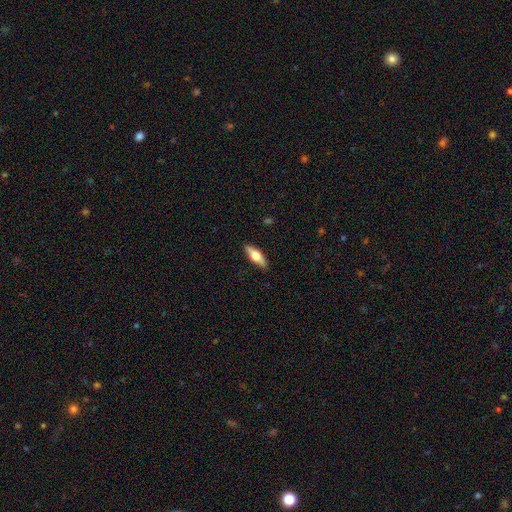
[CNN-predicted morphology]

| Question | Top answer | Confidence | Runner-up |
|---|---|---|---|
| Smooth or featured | smooth | 48% | featured or disk (46%) |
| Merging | none | 87% | minor disturbance (10%) |